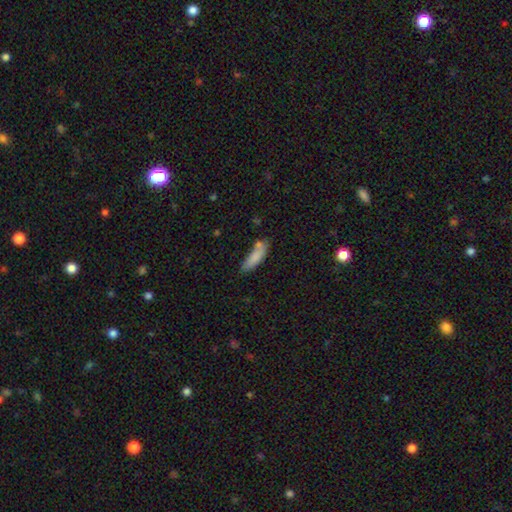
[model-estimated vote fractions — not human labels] A smooth galaxy with no disk features (81%) that is in between round and cigar-shaped (49%, tied with cigar-shaped).

Vote fractions:
- Smooth or featured? smooth: 81% / featured or disk: 11% / star or artifact: 8%
- How rounded? in between: 49% (tied) / cigar-shaped: 49% (tied) / round: 2%
- Merging? none: 57% / minor disturbance: 23% / merger: 14% / major disturbance: 6%